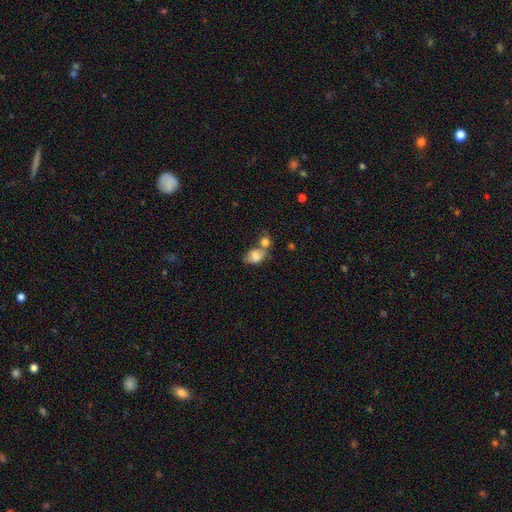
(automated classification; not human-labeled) smooth 74%, featured or disk 16%, star or artifact 9%. Down the decision tree: how rounded — in between (76%); merging — merger (53%).